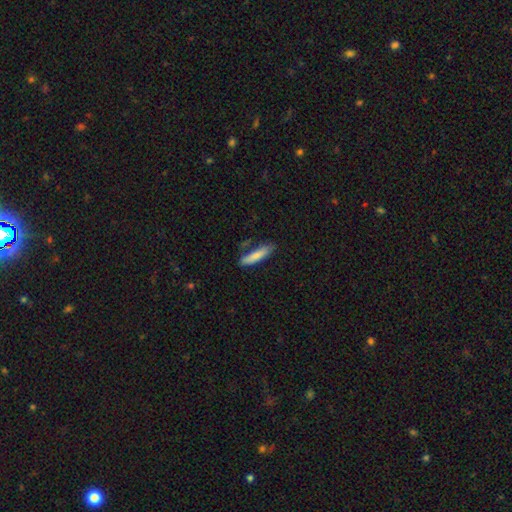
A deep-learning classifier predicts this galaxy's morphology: A smooth galaxy with no disk features (80%) that is cigar-shaped (81%).

Vote fractions:
- Smooth or featured? smooth: 80% / featured or disk: 14% / star or artifact: 6%
- How rounded? cigar-shaped: 81% / in between: 17% / round: 1%
- Merging? none: 75% / minor disturbance: 17% / merger: 5% / major disturbance: 4%